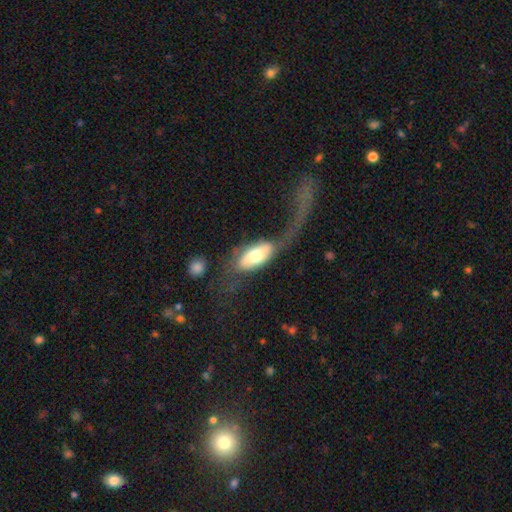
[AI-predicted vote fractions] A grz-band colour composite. It shows a smooth galaxy with no disk features (59%) that is in between round and cigar-shaped (88%). Merging: major disturbance (50%).